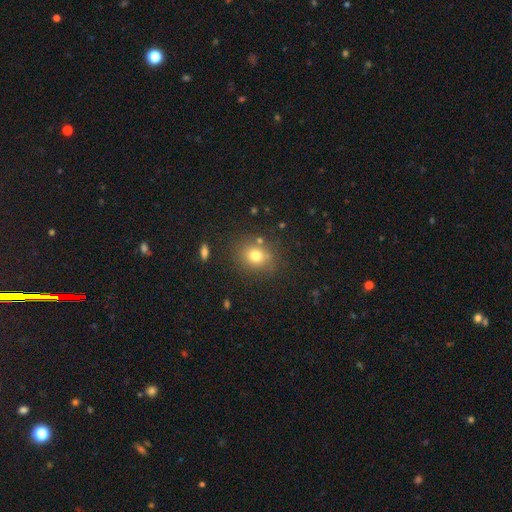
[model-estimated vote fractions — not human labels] Overall: smooth (76%). How rounded: round (68%; in between 31%). Merging: none (79%).